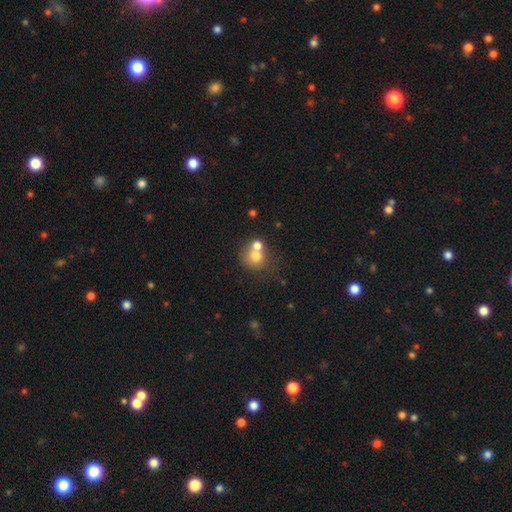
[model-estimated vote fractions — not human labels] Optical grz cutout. It shows a smooth galaxy with no disk features (69%) that is round (77%). Merging: merger (51%).